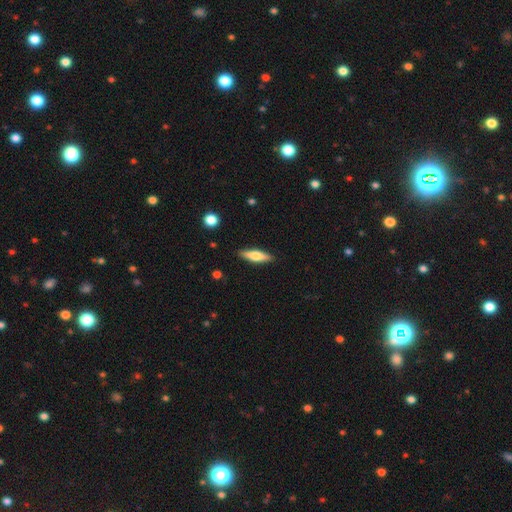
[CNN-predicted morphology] smooth 59%, featured or disk 36%, star or artifact 6%. Down the decision tree: how rounded — cigar-shaped (66%); merging — none (89%).